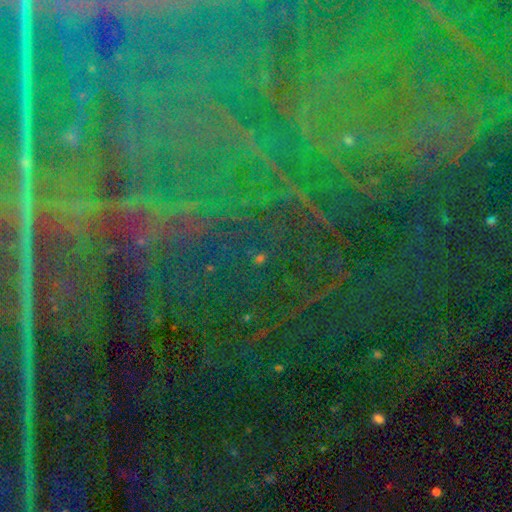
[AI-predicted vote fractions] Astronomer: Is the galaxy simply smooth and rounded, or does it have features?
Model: star or artifact — 86%.